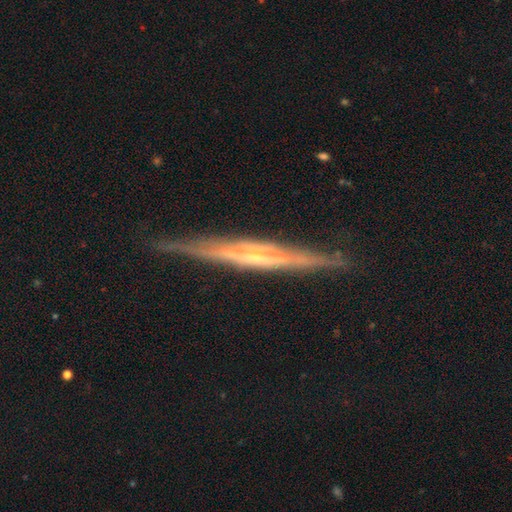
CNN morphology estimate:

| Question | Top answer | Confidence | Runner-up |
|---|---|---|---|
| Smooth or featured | featured or disk | 84% | smooth (9%) |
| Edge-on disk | yes | 96% | no (4%) |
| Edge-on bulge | rounded | 56% | none (28%) |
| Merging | none | 87% | minor disturbance (9%) |